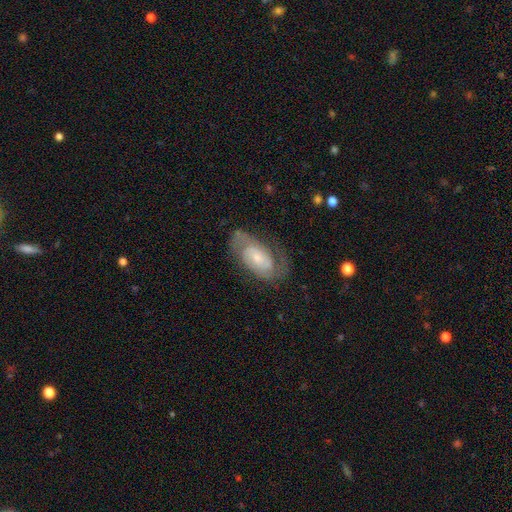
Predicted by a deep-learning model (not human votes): This appears to be a featured or disk galaxy (76%) with no bar (58%), 2 (74%) tight (43%) spiral arms (90%) and a small central bulge (58%). Merging: none (67%).